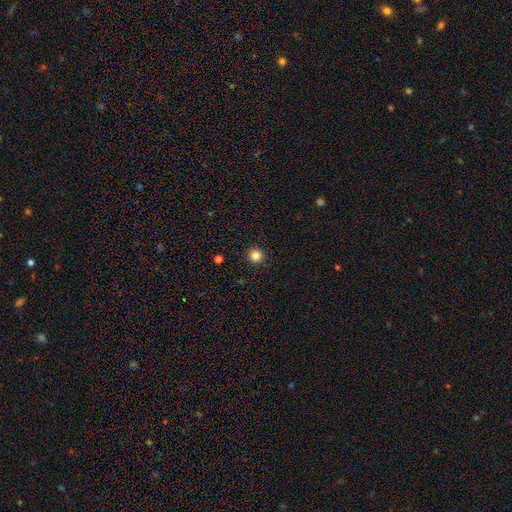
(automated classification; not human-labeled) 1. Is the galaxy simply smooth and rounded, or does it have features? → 84% smooth, 12% star or artifact, 4% featured or disk.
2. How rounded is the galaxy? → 95% round, 4% in between, 1% cigar-shaped.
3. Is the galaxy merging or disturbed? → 93% none, 5% minor disturbance, 2% major disturbance, 1% merger.